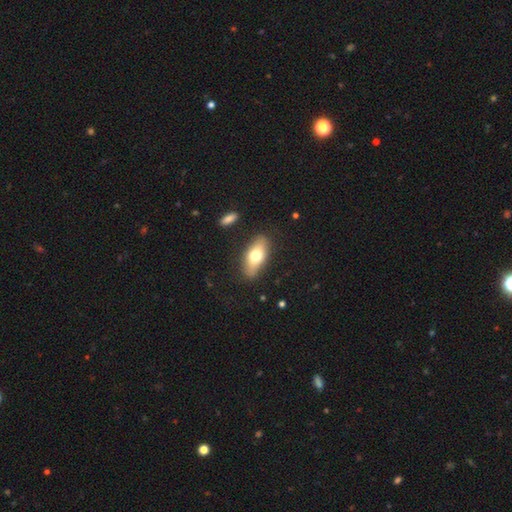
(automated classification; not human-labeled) Smooth or featured?
  - smooth: 67% *
  - featured or disk: 27%
  - star or artifact: 7%
How rounded?
  - in between: 81% *
  - cigar-shaped: 15%
  - round: 4%
Merging?
  - none: 84% *
  - minor disturbance: 11%
  - major disturbance: 3%
  - merger: 2%